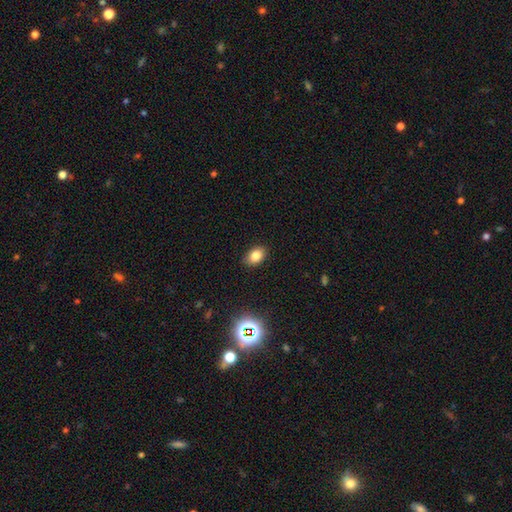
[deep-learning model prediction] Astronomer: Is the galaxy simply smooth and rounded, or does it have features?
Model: smooth — 82%.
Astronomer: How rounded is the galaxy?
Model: in between — 79%.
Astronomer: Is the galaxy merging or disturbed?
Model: none — 86%.